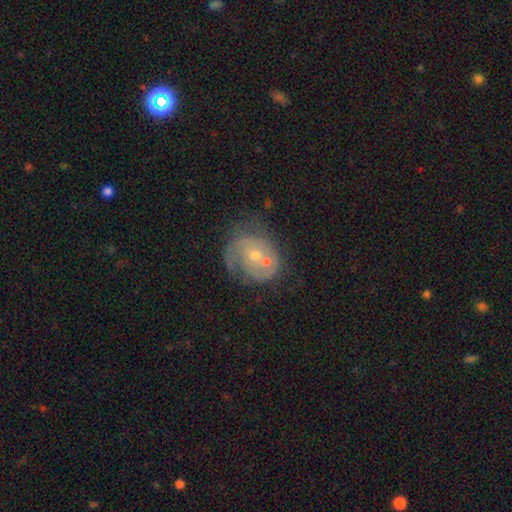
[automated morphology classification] Smooth or featured?
  - featured or disk: 71% *
  - smooth: 21%
  - star or artifact: 8%
Edge-on disk?
  - no: 98% *
  - yes: 2%
Bar?
  - no: 78% *
  - weak: 19%
  - strong: 3%
Spiral arms?
  - yes: 76% *
  - no: 24%
Spiral winding?
  - tight: 48% *
  - medium: 35%
  - loose: 18%
Spiral arm count?
  - 2: 34% *
  - 1: 29%
  - can't tell: 27%
  - 3: 6%
  - 4: 2%
  - more than 4: 2%
Bulge size?
  - moderate: 48% *
  - small: 46%
  - none: 2%
  - large: 2%
  - dominant: 1%
Merging?
  - none: 37% *
  - merger: 27%
  - minor disturbance: 20%
  - major disturbance: 16%